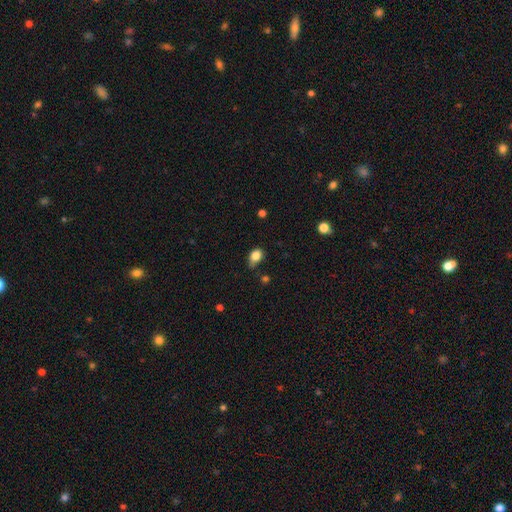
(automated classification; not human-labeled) This appears to be a smooth galaxy with no disk features (83%) that is in between round and cigar-shaped (67%). Merging: none (47%).